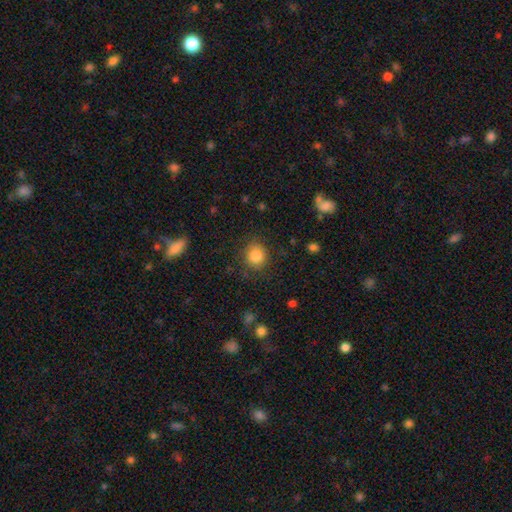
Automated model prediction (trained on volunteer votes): Q: Smooth or featured?
A: smooth (84%); runner-up: star or artifact (10%)
Q: How rounded?
A: round (82%); runner-up: in between (17%)
Q: Merging?
A: none (85%); runner-up: minor disturbance (10%)